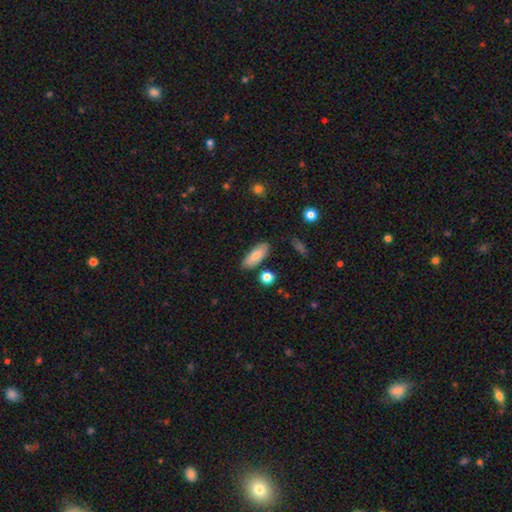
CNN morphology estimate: Smooth or featured: smooth — 80% (featured or disk — 13%)
How rounded: in between — 76% (cigar-shaped — 21%)
Merging: none — 82% (minor disturbance — 12%)